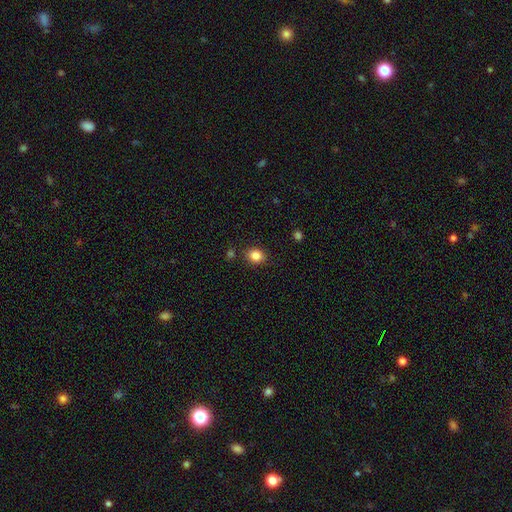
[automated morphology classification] The model was most divided on "how rounded": round: 62%, in between: 38%, cigar-shaped: 1%. More confident: merging — none (85%); smooth or featured — smooth (85%).